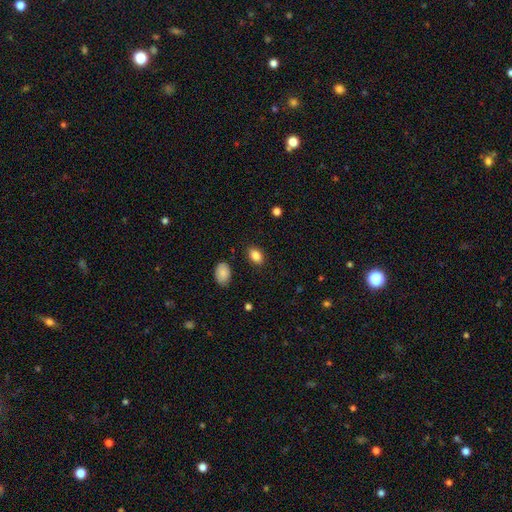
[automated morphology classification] type=smooth (85%); roundness=in between (82%); merging=none (86%).